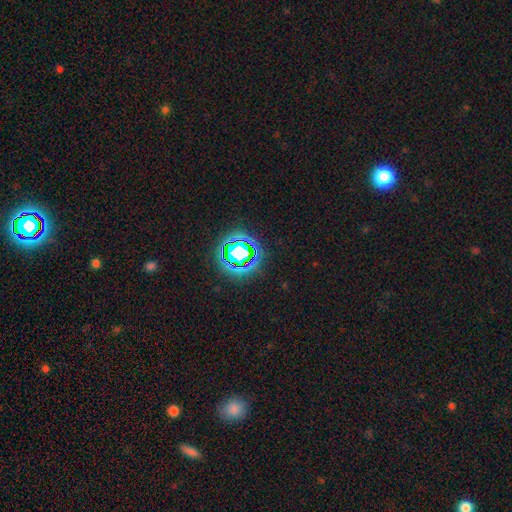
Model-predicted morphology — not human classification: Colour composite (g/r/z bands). It shows a star or artifact, not a galaxy (76%).